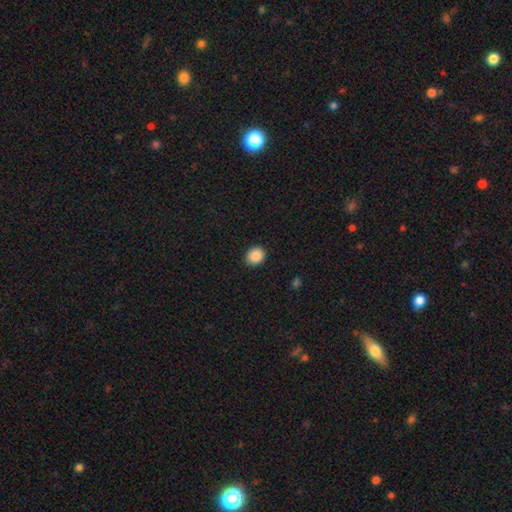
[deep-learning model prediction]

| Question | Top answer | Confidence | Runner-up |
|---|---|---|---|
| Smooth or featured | smooth | 88% | star or artifact (9%) |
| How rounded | round | 66% | in between (34%) |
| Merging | none | 90% | minor disturbance (7%) |